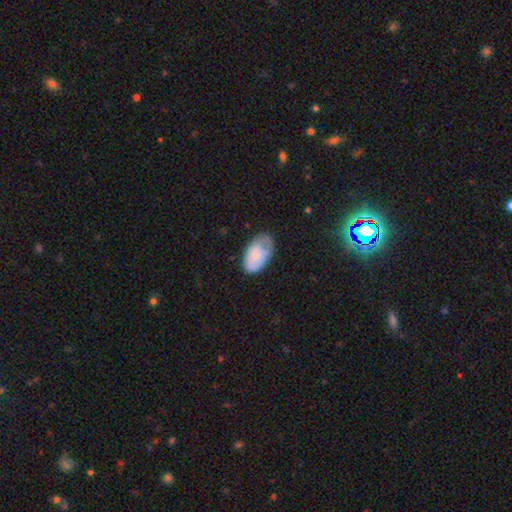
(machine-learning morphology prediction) smooth-or-featured: smooth: 73% | featured or disk: 20% | star or artifact: 7%
  how-rounded: in between: 94% | round: 4% | cigar-shaped: 1%
  merging: none: 51% | minor disturbance: 35% | major disturbance: 12% | merger: 2%